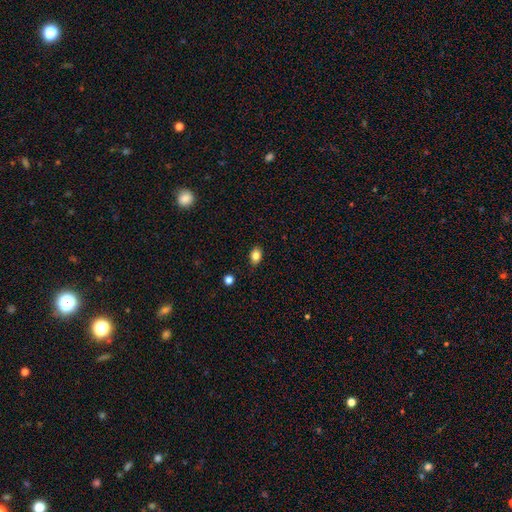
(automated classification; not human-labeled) A smooth galaxy with no disk features (82%) that is in between round and cigar-shaped (75%).

Vote fractions:
- Smooth or featured? smooth: 82% / star or artifact: 10% / featured or disk: 7%
- How rounded? in between: 75% / round: 24% / cigar-shaped: 1%
- Merging? none: 83% / minor disturbance: 13% / major disturbance: 2% / merger: 1%